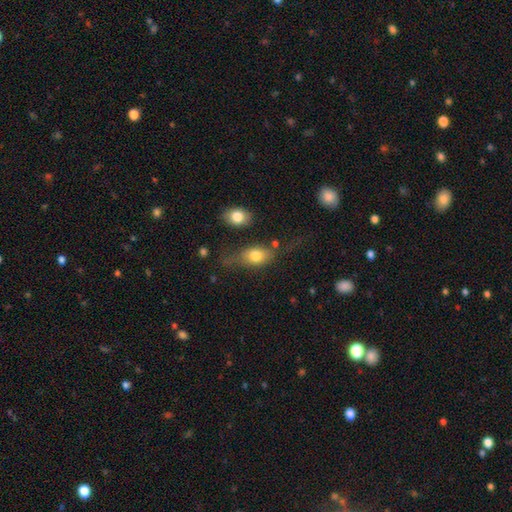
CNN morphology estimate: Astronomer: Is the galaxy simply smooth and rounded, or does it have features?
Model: smooth — 74%.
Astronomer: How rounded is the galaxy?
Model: in between — 78%.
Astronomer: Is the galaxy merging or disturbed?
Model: none — 48% (runner-up: minor disturbance, 26%).